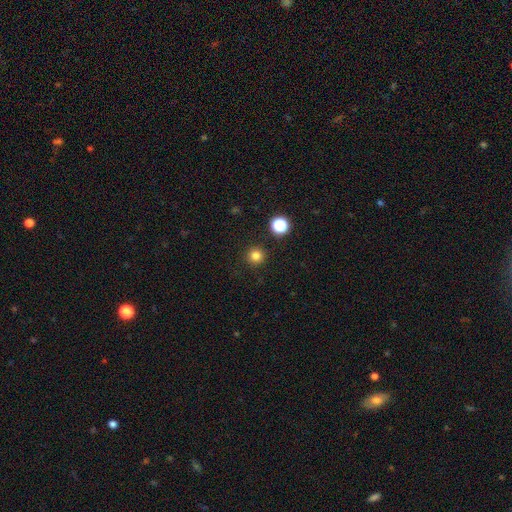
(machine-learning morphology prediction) A smooth galaxy with no disk features (81%) that is round (96%).

Vote fractions:
- Smooth or featured? smooth: 81% / star or artifact: 14% / featured or disk: 5%
- How rounded? round: 96% / in between: 3% / cigar-shaped: 1%
- Merging? none: 92% / minor disturbance: 5% / major disturbance: 2% / merger: 2%